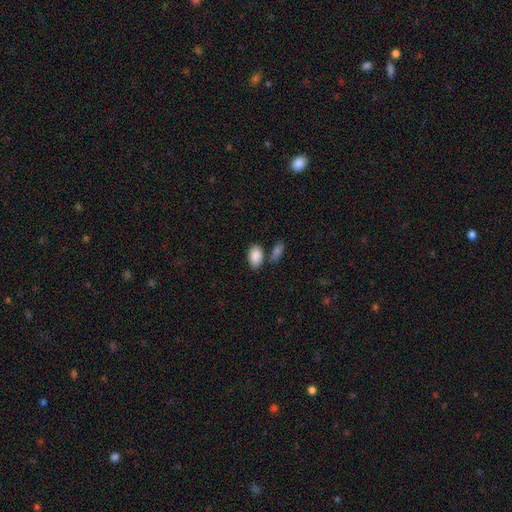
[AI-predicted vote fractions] smooth_or_featured: smooth (p=0.89) [alt: star or artifact p=0.07]
how_rounded: in between (p=0.92) [alt: round p=0.07]
merging: none (p=0.68) [alt: merger p=0.16]